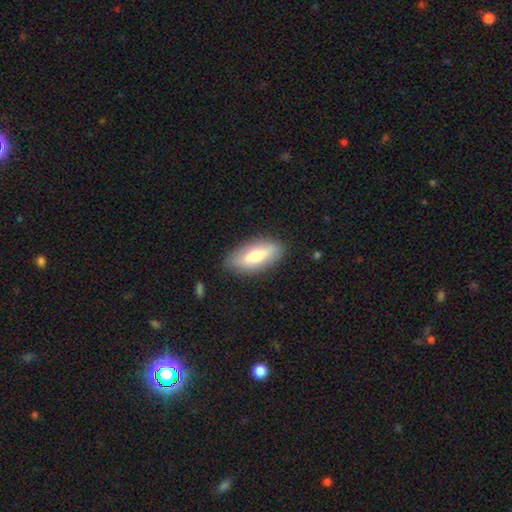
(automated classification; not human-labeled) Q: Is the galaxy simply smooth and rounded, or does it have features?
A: smooth — 64%.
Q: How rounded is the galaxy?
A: in between — 80%.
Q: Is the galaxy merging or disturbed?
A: none — 85%.